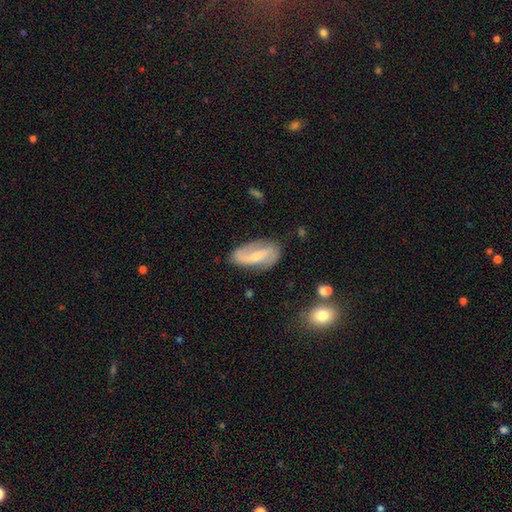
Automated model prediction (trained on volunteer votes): Smooth or featured? Predicted: featured or disk (p=0.75). Edge-on disk? Predicted: no (p=0.95). Bar? Predicted: weak (p=0.44). Spiral arms? Predicted: yes (p=0.92). Spiral winding? Predicted: loose (p=0.46). Spiral arm count? Predicted: 2 (p=0.87). Bulge size? Predicted: small (p=0.54). Merging? Predicted: none (p=0.76).